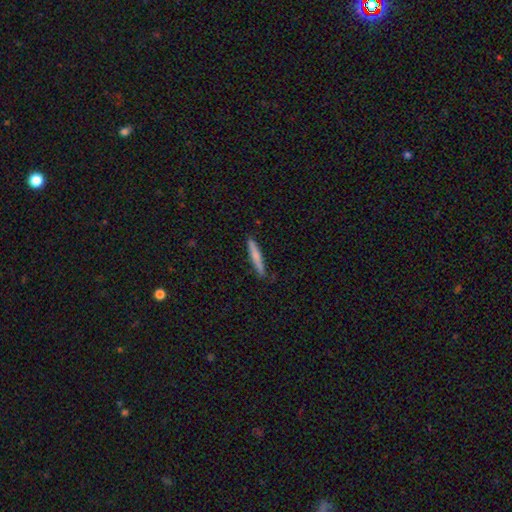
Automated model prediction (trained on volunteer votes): Q: Smooth or featured?
A: smooth (71%); runner-up: featured or disk (23%)
Q: How rounded?
A: cigar-shaped (94%); runner-up: in between (4%)
Q: Merging?
A: none (87%); runner-up: minor disturbance (10%)